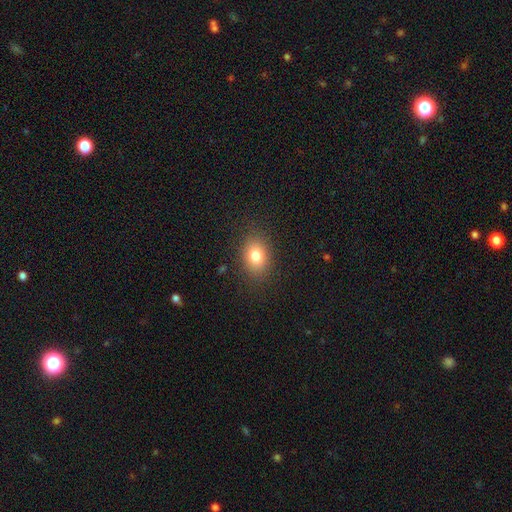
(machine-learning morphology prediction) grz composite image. It shows a smooth galaxy with no disk features (80%) that is in between round and cigar-shaped (65%). Merging: none (86%).